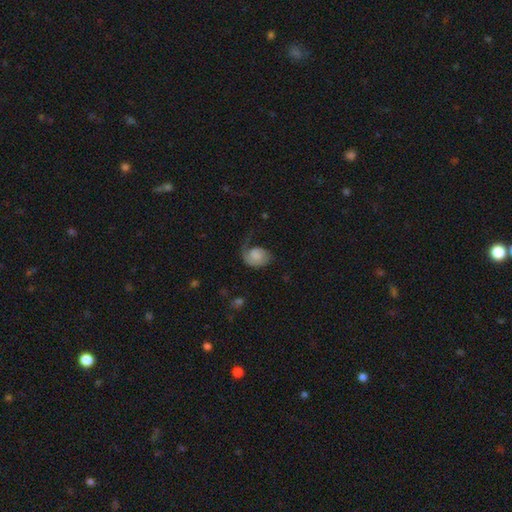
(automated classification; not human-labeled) Smooth or featured?
  - smooth: 49% *
  - featured or disk: 44%
  - star or artifact: 8%
Merging?
  - major disturbance: 40% *
  - none: 33%
  - minor disturbance: 24%
  - merger: 2%